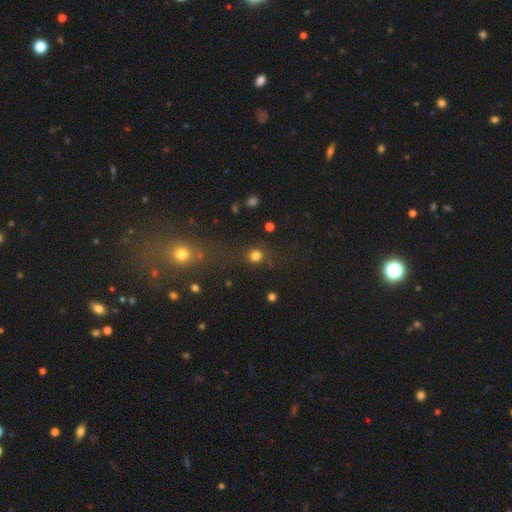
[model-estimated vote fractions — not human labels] Smooth or featured?
  - smooth: 77% *
  - star or artifact: 18%
  - featured or disk: 6%
How rounded?
  - round: 89% *
  - in between: 10%
  - cigar-shaped: 1%
Merging?
  - none: 78% *
  - minor disturbance: 10%
  - merger: 6%
  - major disturbance: 6%